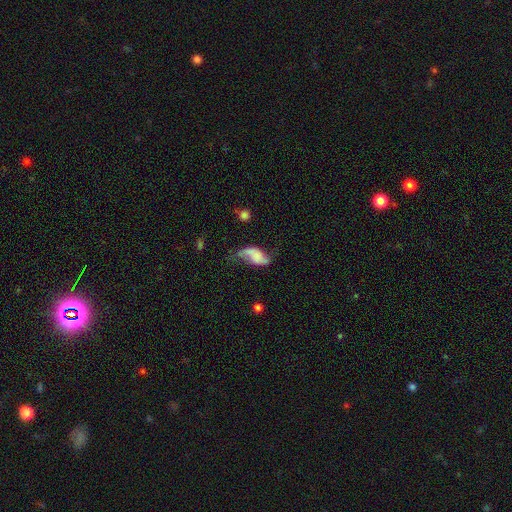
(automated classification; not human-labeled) The model was most divided on "merging": none: 39%, minor disturbance: 28%, major disturbance: 28%, merger: 6%. More confident: edge-on disk — no (95%); spiral arms — yes (82%); bar — no (64%); smooth or featured — featured or disk (60%); bulge size — none (60%).